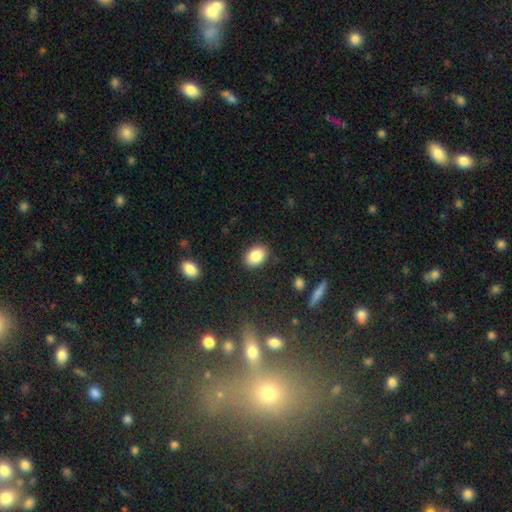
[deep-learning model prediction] This appears to be a smooth galaxy with no disk features (85%) that is in between round and cigar-shaped (78%). Merging: none (87%).